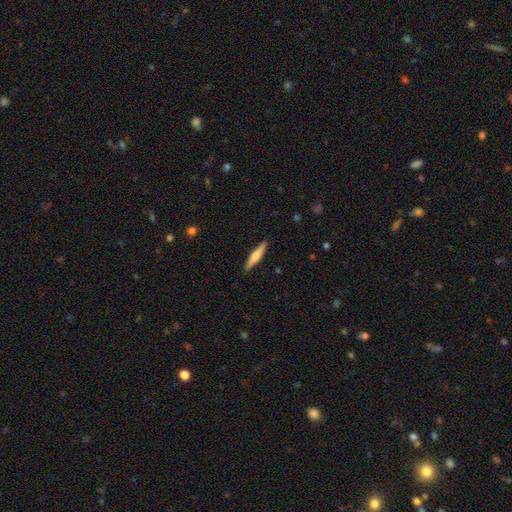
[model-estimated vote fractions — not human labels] A smooth galaxy with no disk features (55%) that is cigar-shaped (88%). Merging: none (90%).